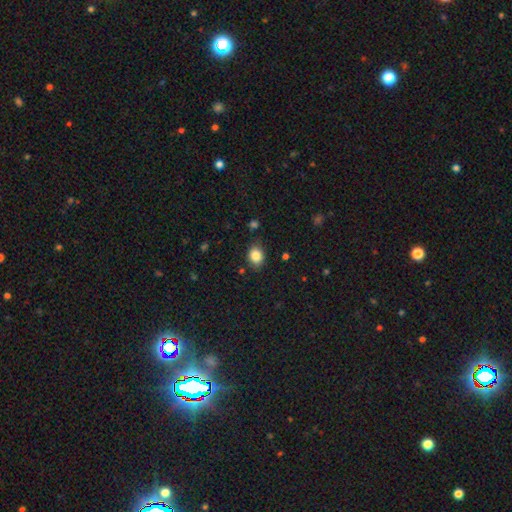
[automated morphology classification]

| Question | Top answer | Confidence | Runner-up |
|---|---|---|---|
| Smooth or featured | smooth | 85% | star or artifact (9%) |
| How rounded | in between | 57% | round (42%) |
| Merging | none | 82% | minor disturbance (13%) |